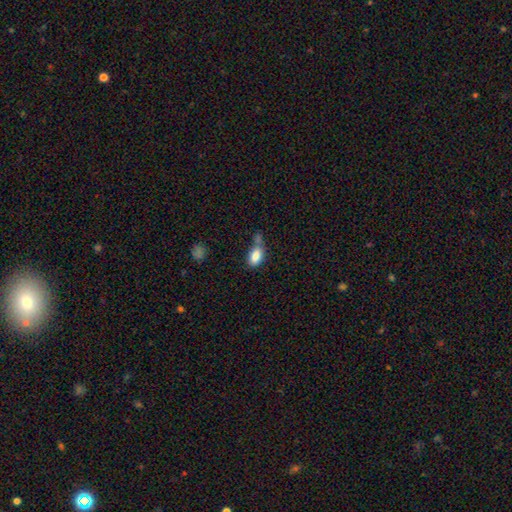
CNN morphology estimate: Q: Smooth or featured?
A: smooth (83%); runner-up: featured or disk (8%)
Q: How rounded?
A: in between (90%); runner-up: round (7%)
Q: Merging?
A: none (43%); runner-up: minor disturbance (24%)